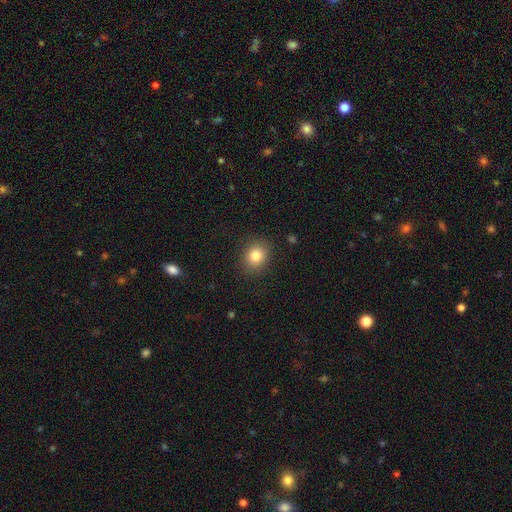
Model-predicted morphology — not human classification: smooth 82%, star or artifact 11%, featured or disk 7%. Down the decision tree: how rounded — round (70%); merging — none (88%).